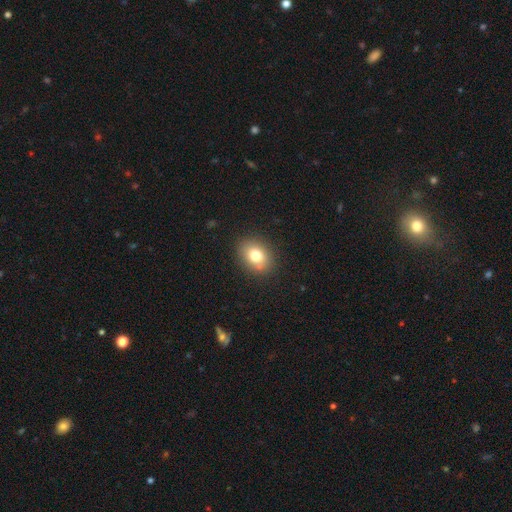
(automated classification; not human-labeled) A smooth galaxy with no disk features (78%) that is in between round and cigar-shaped (57%).

Vote fractions:
- Smooth or featured? smooth: 78% / featured or disk: 12% / star or artifact: 10%
- How rounded? in between: 57% / round: 42% / cigar-shaped: 1%
- Merging? none: 86% / minor disturbance: 10% / major disturbance: 3% / merger: 1%